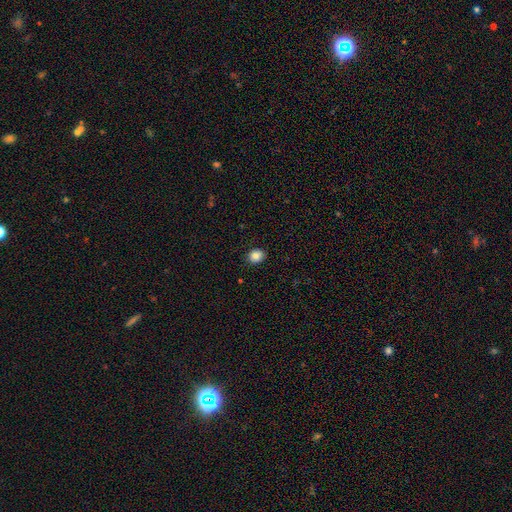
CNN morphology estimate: Smooth or featured? Predicted: smooth (p=0.85). How rounded? Predicted: round (p=0.67). Merging? Predicted: none (p=0.89).